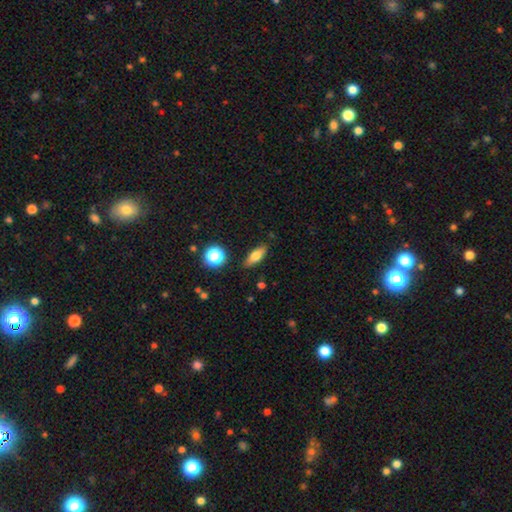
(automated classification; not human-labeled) Morphology: type=smooth (73%); roundness=in between (68%); merging=none (84%).